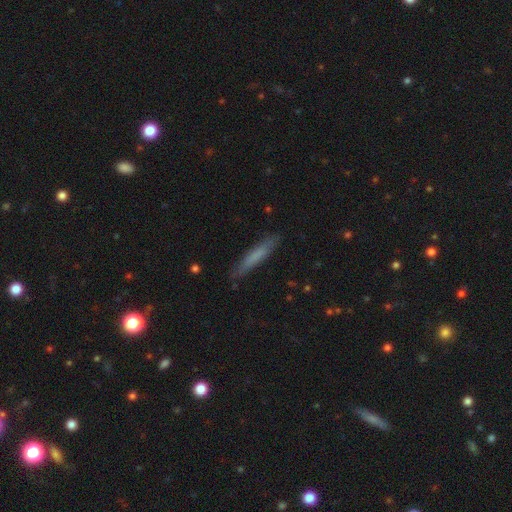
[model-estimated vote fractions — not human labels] Smooth or featured? Predicted: smooth (p=0.67). How rounded? Predicted: cigar-shaped (p=0.93). Merging? Predicted: none (p=0.84).